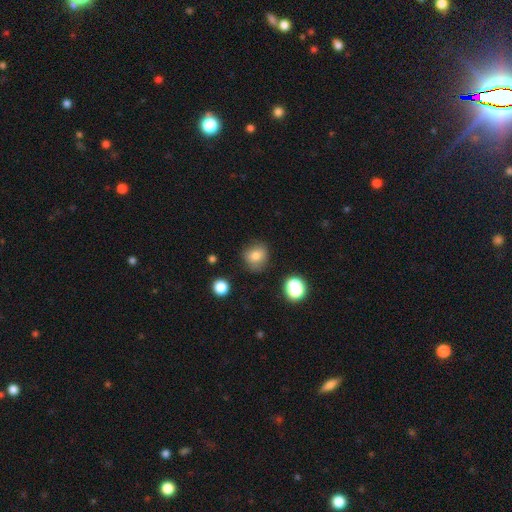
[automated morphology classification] The model was most divided on "how rounded": round: 80%, in between: 19%, cigar-shaped: 1%. More confident: smooth or featured — smooth (78%); merging — none (77%).